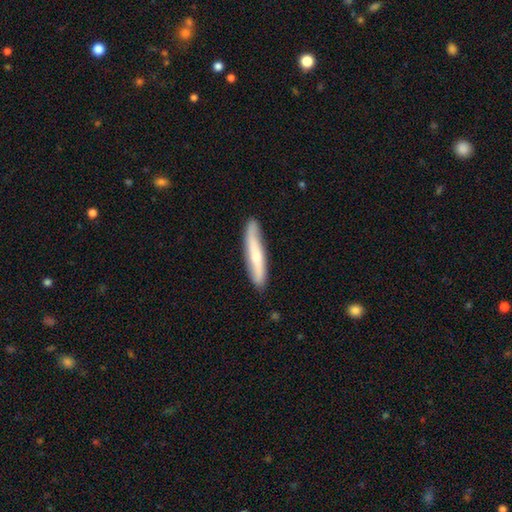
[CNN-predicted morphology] smooth 51%, featured or disk 44%, star or artifact 5%. Down the decision tree: how rounded — cigar-shaped (90%); merging — none (84%).